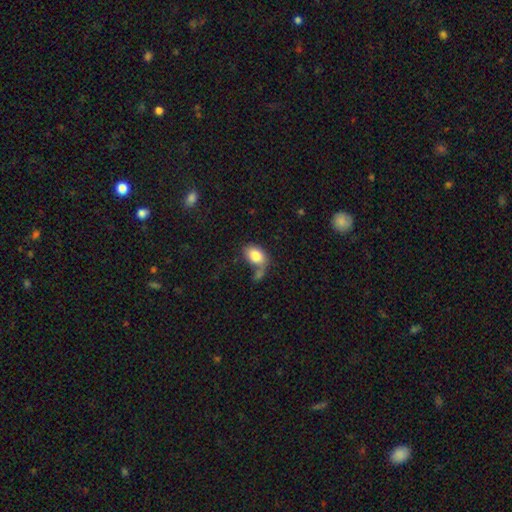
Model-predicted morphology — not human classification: Overall: smooth (82%). How rounded: in between (84%). Merging: none (42%; merger 24%).